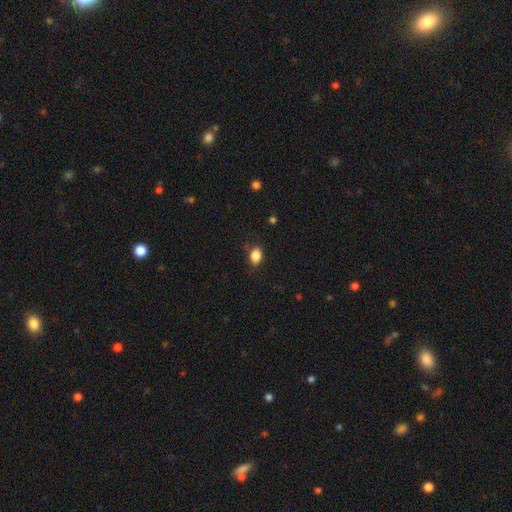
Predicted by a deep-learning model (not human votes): This is clearly a smooth galaxy (87%). How rounded: likely in between (71%). Merging: likely none (78%).